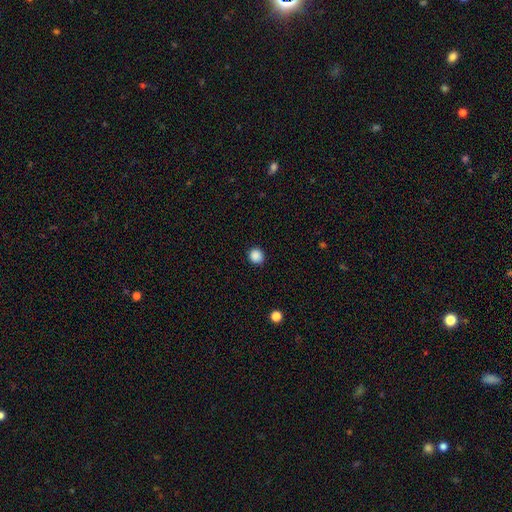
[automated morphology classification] Overall: smooth (88%). How rounded: round (88%). Merging: none (90%).